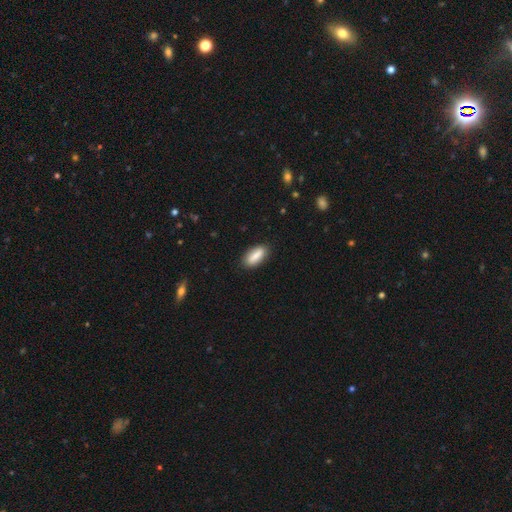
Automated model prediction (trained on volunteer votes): Q: Smooth or featured?
A: smooth (83%); runner-up: featured or disk (10%)
Q: How rounded?
A: in between (75%); runner-up: cigar-shaped (22%)
Q: Merging?
A: none (85%); runner-up: minor disturbance (11%)